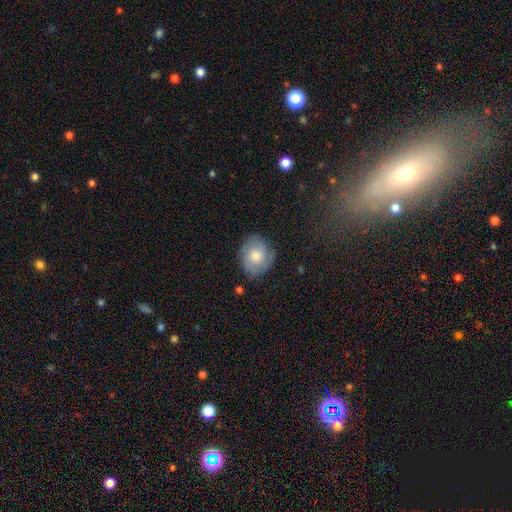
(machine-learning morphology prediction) Overall: featured or disk (46%, tied with smooth). Merging: none (77%).